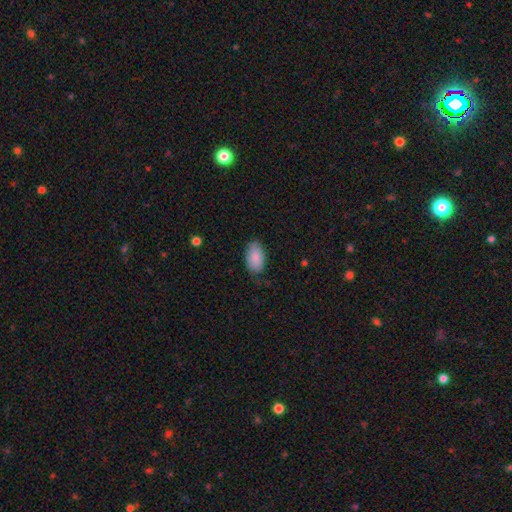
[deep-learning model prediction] This appears to be a smooth galaxy with no disk features (87%) that is in between round and cigar-shaped (94%). Merging: none (77%).